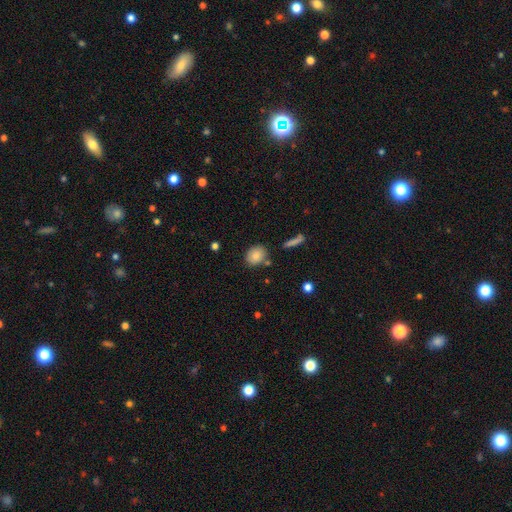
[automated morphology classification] smooth-or-featured: smooth: 82% | featured or disk: 9% | star or artifact: 9%
  how-rounded: round: 50% | in between: 48% | cigar-shaped: 2%
  merging: none: 79% | minor disturbance: 12% | merger: 7% | major disturbance: 3%